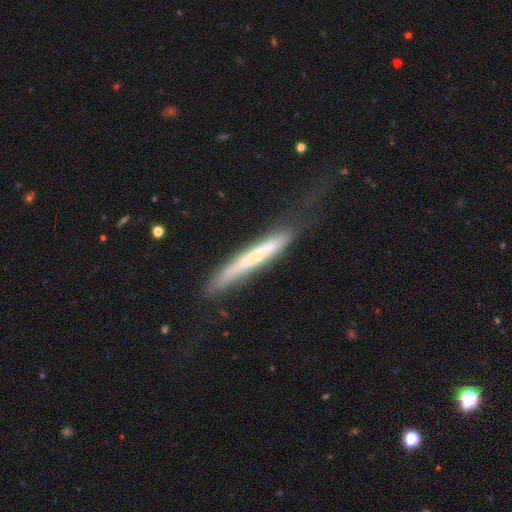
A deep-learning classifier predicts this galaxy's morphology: featured or disk 50%, smooth 43%, star or artifact 7%. Down the decision tree: edge-on disk — yes (89%); merging — none (61%).